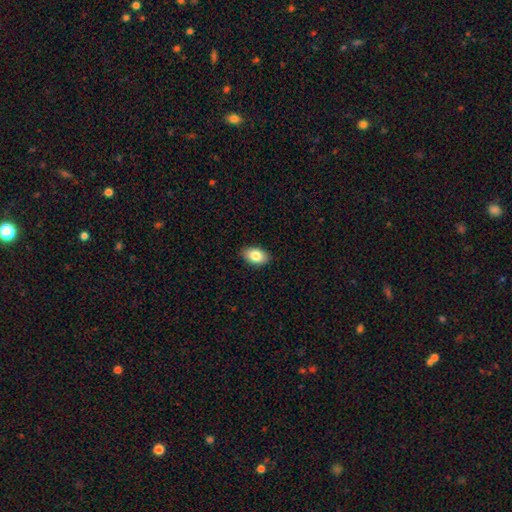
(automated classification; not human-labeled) Q: Smooth or featured?
A: smooth (84%); runner-up: featured or disk (9%)
Q: How rounded?
A: in between (90%); runner-up: round (9%)
Q: Merging?
A: none (88%); runner-up: minor disturbance (9%)